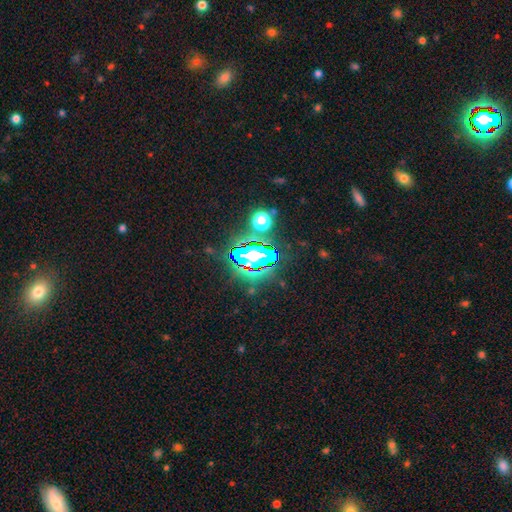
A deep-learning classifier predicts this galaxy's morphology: A star or artifact, not a galaxy (81%).